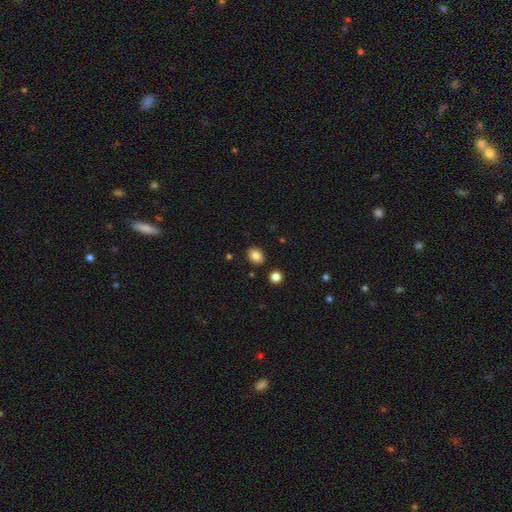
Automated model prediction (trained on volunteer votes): Smooth or featured?
  - smooth: 85% *
  - star or artifact: 9%
  - featured or disk: 6%
How rounded?
  - in between: 58% *
  - round: 41%
  - cigar-shaped: 1%
Merging?
  - none: 87% *
  - minor disturbance: 8%
  - merger: 3%
  - major disturbance: 2%